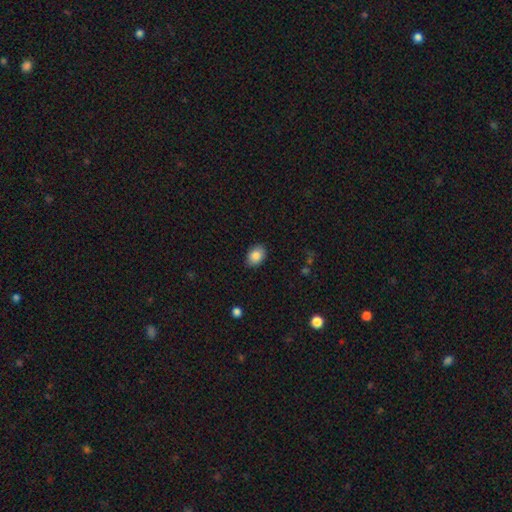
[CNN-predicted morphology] This is clearly a smooth galaxy (86%). How rounded: likely in between (79%). Merging: clearly none (88%).